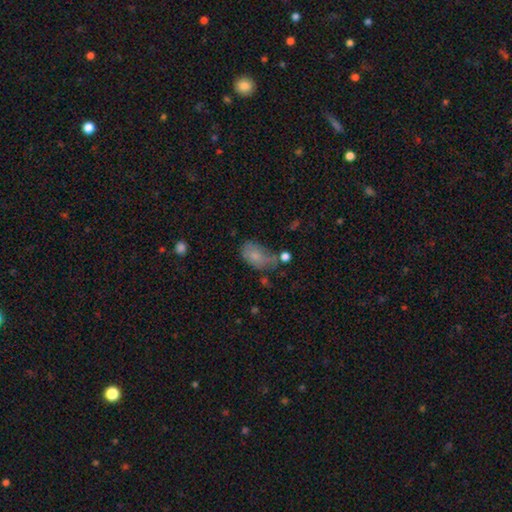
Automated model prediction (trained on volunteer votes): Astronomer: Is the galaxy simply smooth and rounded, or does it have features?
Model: smooth — 71%.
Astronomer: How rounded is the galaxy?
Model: in between — 89%.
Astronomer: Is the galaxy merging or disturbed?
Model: none — 34% (runner-up: minor disturbance, 32%).